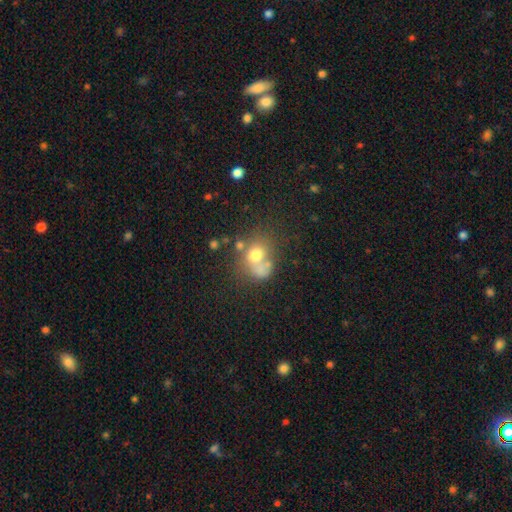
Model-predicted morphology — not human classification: The model was most divided on "merging": merger: 41%, none: 32%, minor disturbance: 15%, major disturbance: 12%. More confident: smooth or featured — smooth (64%); how rounded — round (60%).